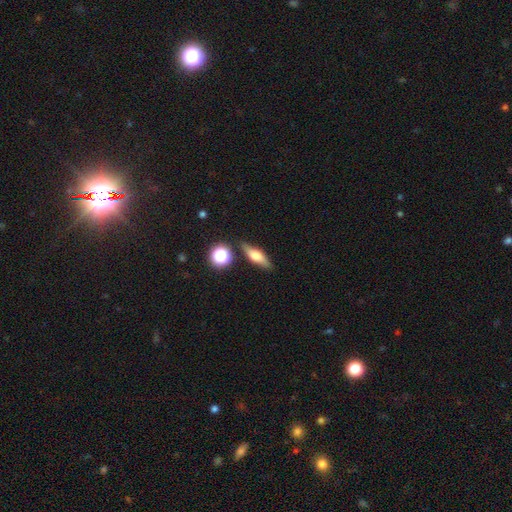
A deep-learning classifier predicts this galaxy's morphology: Smooth or featured?
  - smooth: 47% *
  - featured or disk: 44%
  - star or artifact: 9%
Merging?
  - none: 83% *
  - minor disturbance: 10%
  - merger: 4%
  - major disturbance: 3%